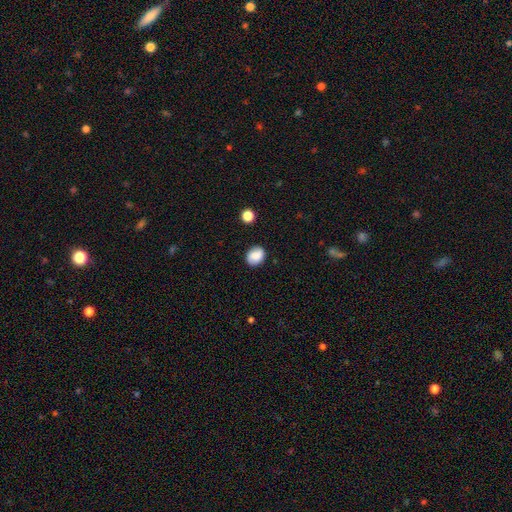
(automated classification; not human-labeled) smooth-or-featured: smooth: 78% | featured or disk: 13% | star or artifact: 9%
  how-rounded: round: 51% | in between: 47% | cigar-shaped: 1%
  merging: none: 83% | minor disturbance: 12% | major disturbance: 3% | merger: 2%